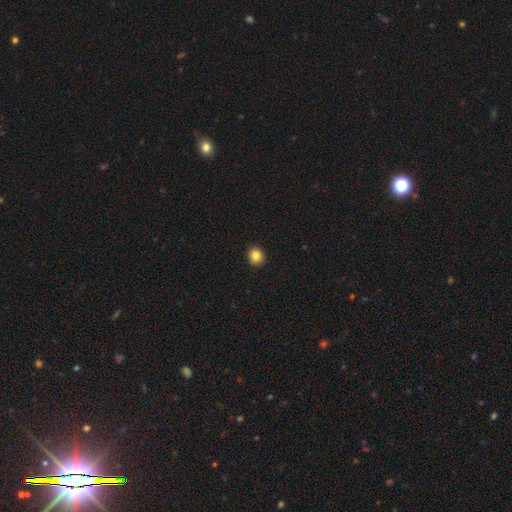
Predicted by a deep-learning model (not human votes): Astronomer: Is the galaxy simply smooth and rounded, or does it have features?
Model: smooth — 84%.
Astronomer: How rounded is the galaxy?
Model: round — 81%.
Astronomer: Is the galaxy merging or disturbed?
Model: none — 92%.